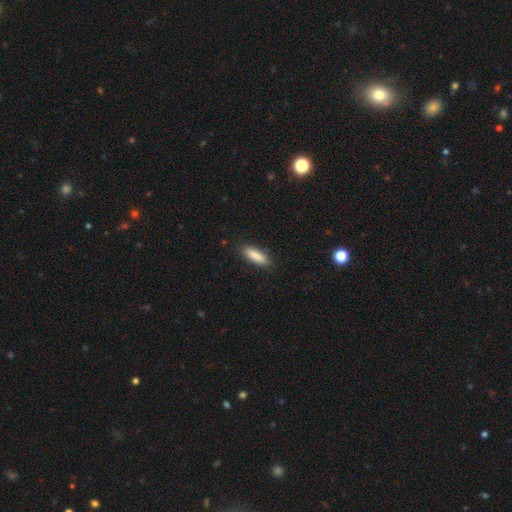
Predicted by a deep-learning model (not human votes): This appears to be a smooth galaxy with no disk features (88%) that is in between round and cigar-shaped (51%). Merging: none (87%).